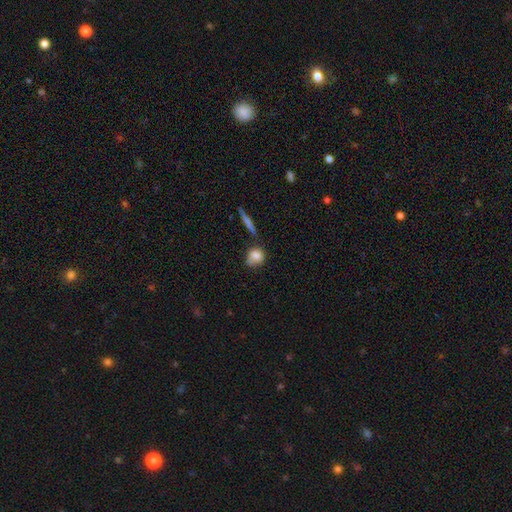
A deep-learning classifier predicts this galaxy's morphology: Smooth or featured? smooth (79%)
How rounded? round (58%)
Merging? none (46%)